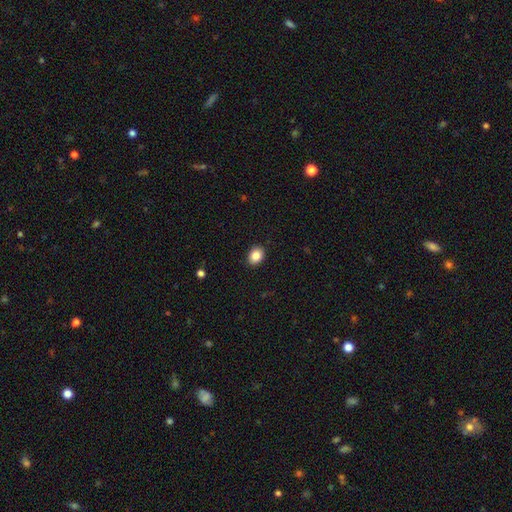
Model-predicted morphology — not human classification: type=smooth (86%); roundness=in between (62%); merging=none (90%).